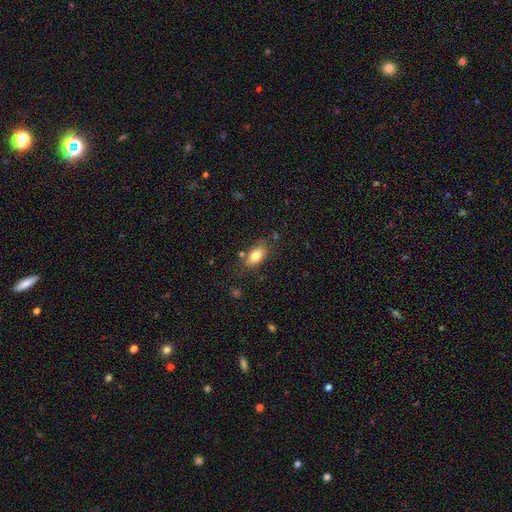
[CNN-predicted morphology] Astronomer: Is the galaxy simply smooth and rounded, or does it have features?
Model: smooth — 79%.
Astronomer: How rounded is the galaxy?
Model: in between — 88%.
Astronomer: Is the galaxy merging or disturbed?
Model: none — 75%.